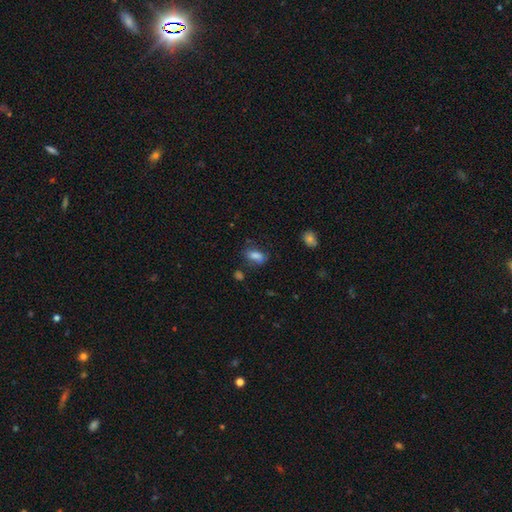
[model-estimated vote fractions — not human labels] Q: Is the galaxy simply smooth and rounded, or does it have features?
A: smooth — 75%.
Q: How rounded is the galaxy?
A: in between — 82%.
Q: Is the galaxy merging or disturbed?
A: none — 61%.